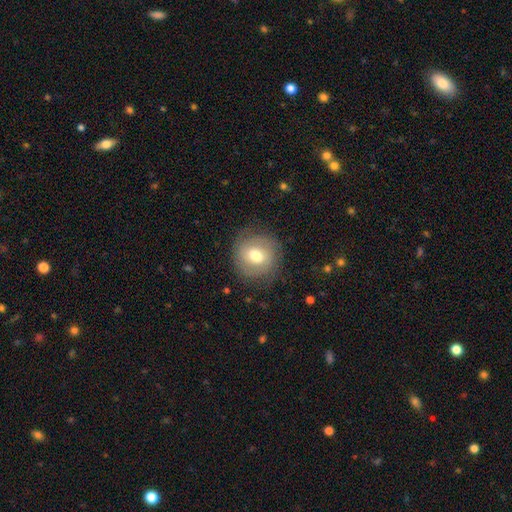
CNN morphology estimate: smooth 61%, featured or disk 31%, star or artifact 8%. Down the decision tree: how rounded — round (86%); merging — none (80%).